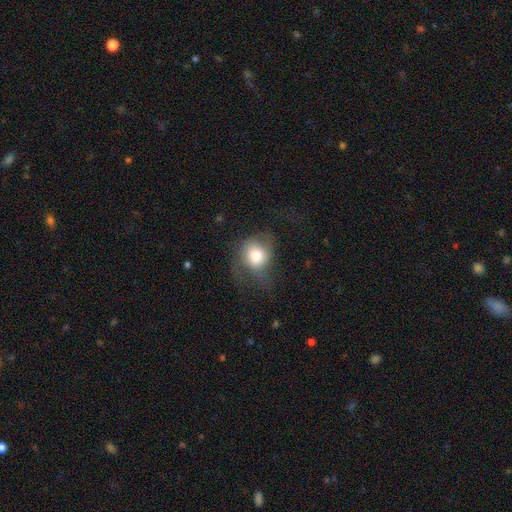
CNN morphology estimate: Smooth or featured? smooth (72%)
How rounded? round (64%)
Merging? none (39%)